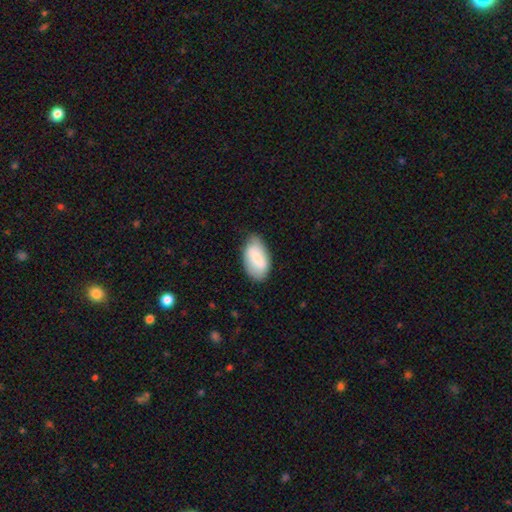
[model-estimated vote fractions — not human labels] A smooth galaxy with no disk features (75%) that is in between round and cigar-shaped (94%).

Vote fractions:
- Smooth or featured? smooth: 75% / featured or disk: 18% / star or artifact: 7%
- How rounded? in between: 94% / round: 4% / cigar-shaped: 2%
- Merging? none: 70% / minor disturbance: 24% / major disturbance: 4% / merger: 2%